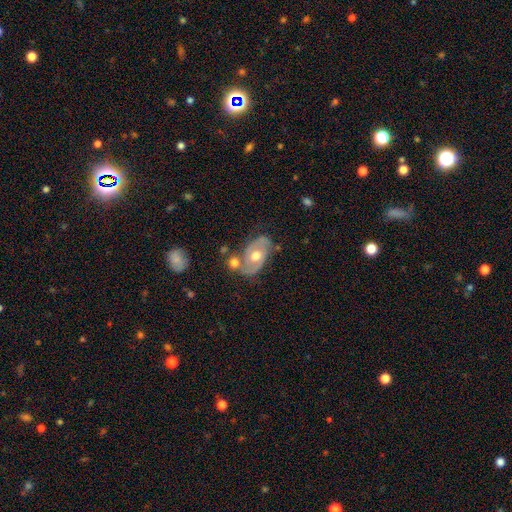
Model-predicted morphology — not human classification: Overall: featured or disk (66%; smooth 27%). Edge-on disk: no (94%). Bar: no (73%). Spiral arms: yes (66%; no 34%). Bulge size: moderate (78%). Merging: none (58%).